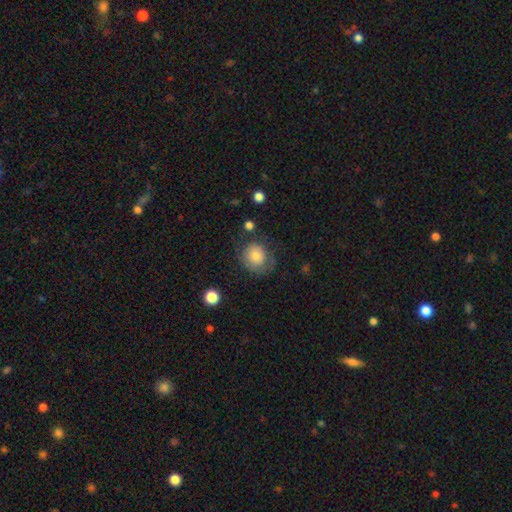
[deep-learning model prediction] Q: Smooth or featured?
A: smooth (74%); runner-up: featured or disk (18%)
Q: How rounded?
A: round (80%); runner-up: in between (19%)
Q: Merging?
A: none (62%); runner-up: minor disturbance (23%)